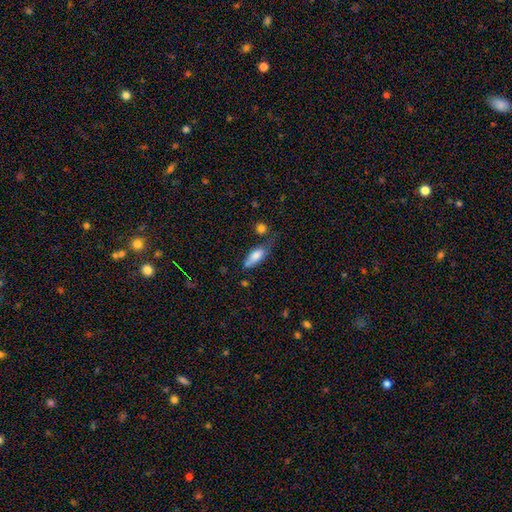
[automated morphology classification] Smooth or featured: smooth — 79% (featured or disk — 14%)
How rounded: in between — 76% (cigar-shaped — 21%)
Merging: none — 41% (minor disturbance — 33%)